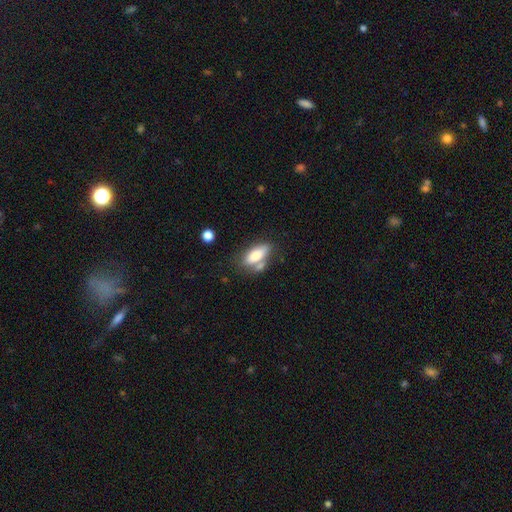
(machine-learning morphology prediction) smooth_or_featured: smooth (p=0.74) [alt: featured or disk p=0.19]
how_rounded: in between (p=0.77) [alt: cigar-shaped p=0.20]
merging: none (p=0.52) [alt: merger p=0.24]